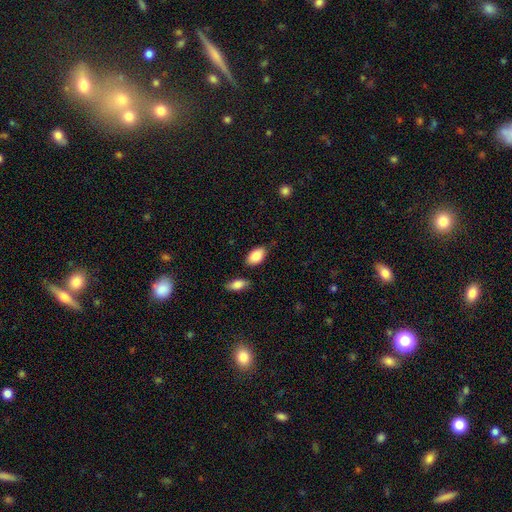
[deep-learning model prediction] Overall: smooth (86%). How rounded: in between (92%). Merging: none (75%).